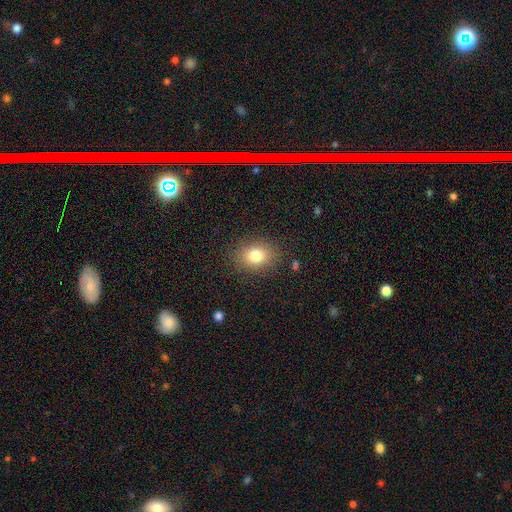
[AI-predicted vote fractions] Smooth or featured: smooth — 79% (star or artifact — 11%)
How rounded: in between — 54% (round — 44%)
Merging: none — 86% (minor disturbance — 10%)